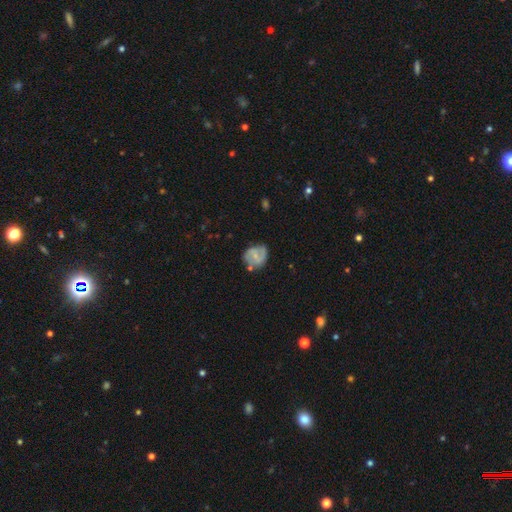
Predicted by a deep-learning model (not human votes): This is possibly a featured or disk galaxy (56%). It is clearly not viewed edge-on (97%). Bar: possibly no (49%). Spiral arm pattern: likely yes (68%). Central bulge: likely small (60%). Merging: possibly none (56%).